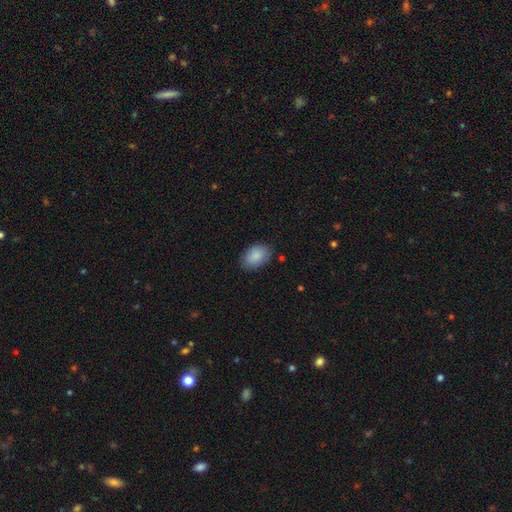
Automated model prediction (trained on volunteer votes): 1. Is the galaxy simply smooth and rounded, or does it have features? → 87% smooth, 6% star or artifact, 6% featured or disk.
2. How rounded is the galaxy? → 88% in between, 11% round, 1% cigar-shaped.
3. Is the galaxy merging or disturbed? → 82% none, 14% minor disturbance, 3% major disturbance, 1% merger.